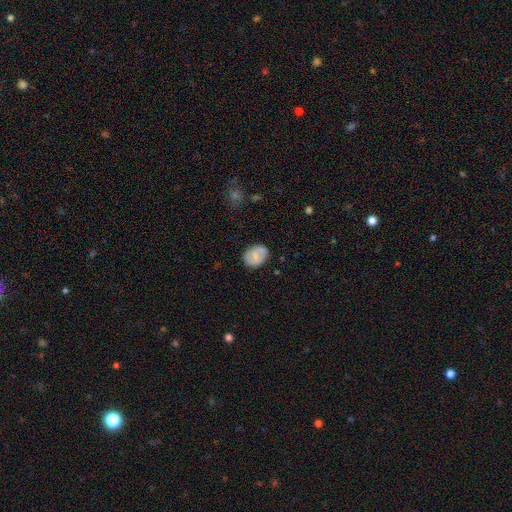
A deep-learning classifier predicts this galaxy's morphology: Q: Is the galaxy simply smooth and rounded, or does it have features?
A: smooth — 48%.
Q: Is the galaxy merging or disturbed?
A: none — 78%.